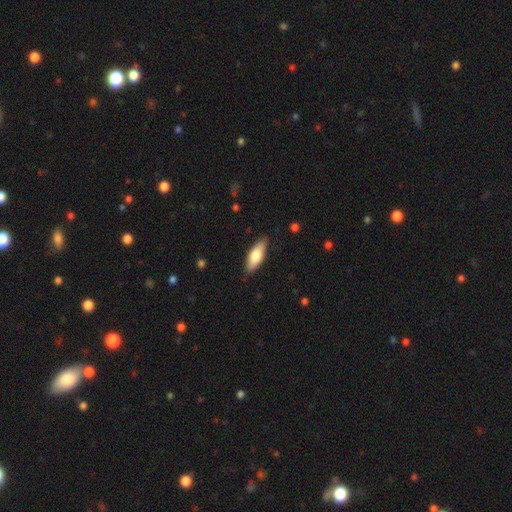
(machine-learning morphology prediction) smooth_or_featured: smooth (p=0.68) [alt: featured or disk p=0.26]
how_rounded: in between (p=0.68) [alt: cigar-shaped p=0.30]
merging: none (p=0.85) [alt: minor disturbance p=0.12]